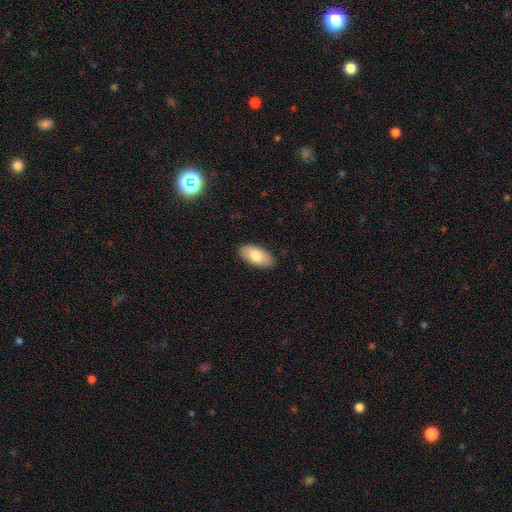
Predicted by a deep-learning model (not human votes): The model was most divided on "smooth or featured": smooth: 78%, featured or disk: 16%, star or artifact: 6%. More confident: how rounded — in between (94%); merging — none (88%).